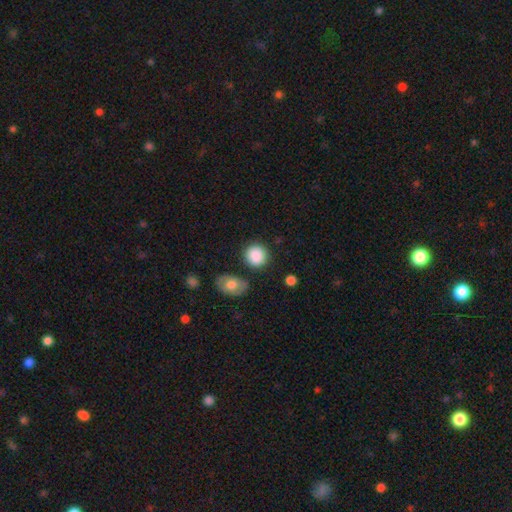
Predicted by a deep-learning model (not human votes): smooth 88%, star or artifact 7%, featured or disk 5%. Down the decision tree: how rounded — round (83%); merging — none (81%).